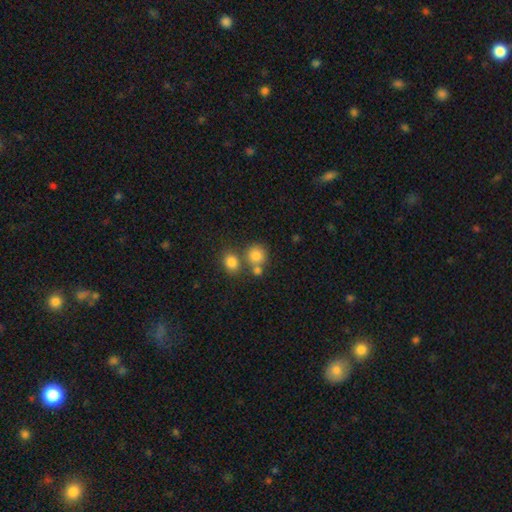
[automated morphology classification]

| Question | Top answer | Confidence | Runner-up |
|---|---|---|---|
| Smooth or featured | smooth | 79% | star or artifact (12%) |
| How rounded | round | 83% | in between (16%) |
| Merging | none | 56% | merger (31%) |